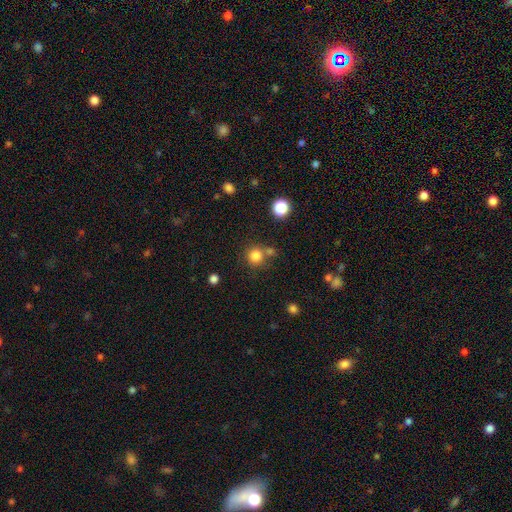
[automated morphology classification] A smooth galaxy with no disk features (81%) that is round (91%). Merging: none (67%).